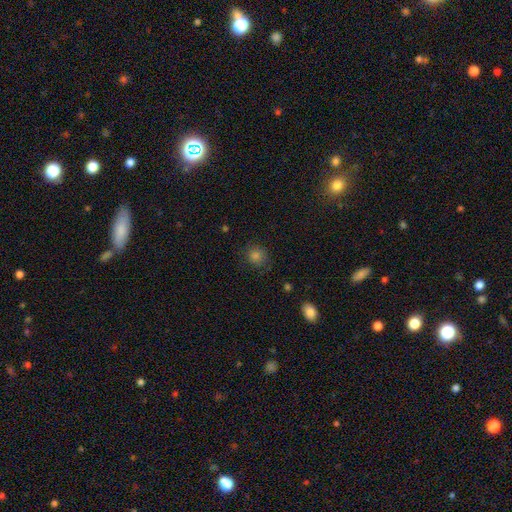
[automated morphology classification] type=smooth (74%); roundness=round (84%); merging=none (81%).